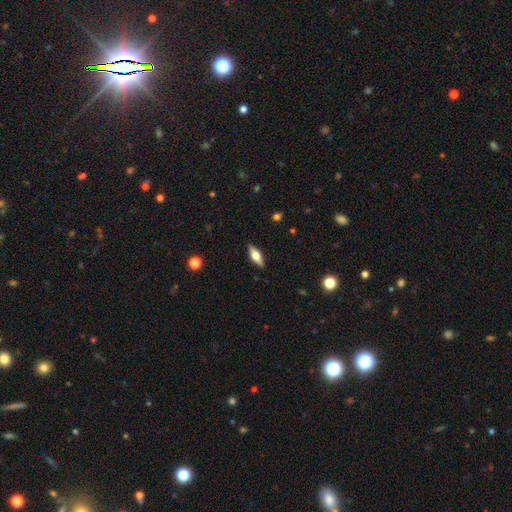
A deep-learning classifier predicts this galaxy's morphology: Smooth or featured? smooth (52%)
How rounded? in between (64%)
Merging? none (89%)